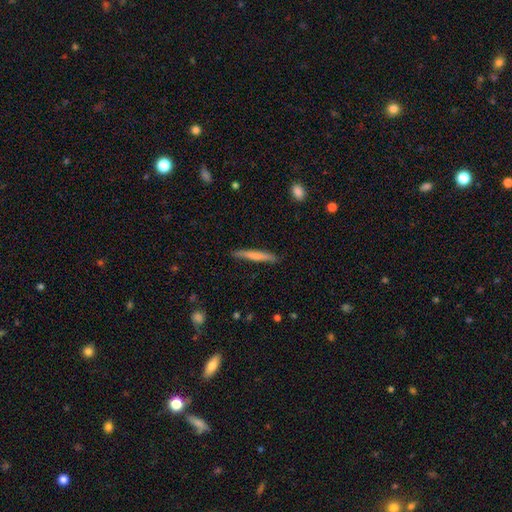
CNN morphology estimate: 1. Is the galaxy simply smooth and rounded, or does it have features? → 65% smooth, 29% featured or disk, 6% star or artifact.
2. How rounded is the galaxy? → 95% cigar-shaped, 3% in between, 1% round.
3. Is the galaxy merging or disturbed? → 87% none, 10% minor disturbance, 2% major disturbance, 1% merger.